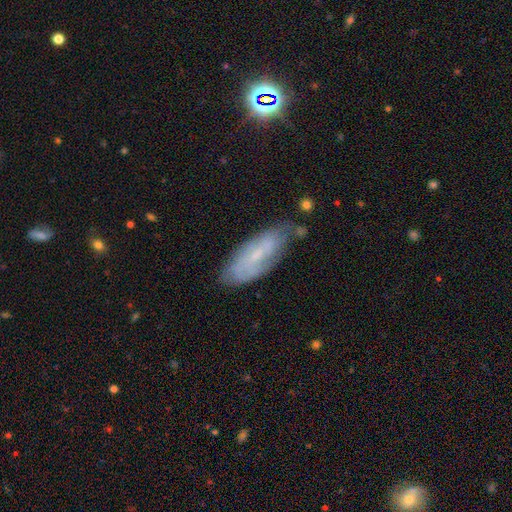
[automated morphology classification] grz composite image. It shows a featured or disk galaxy (55%). Merging: none (66%).